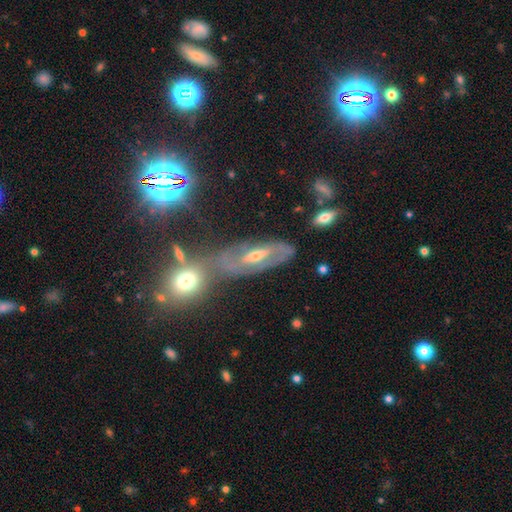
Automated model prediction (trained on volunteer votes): Smooth or featured? featured or disk (70%)
Edge-on disk? no (80%)
Bar? weak (41%)
Spiral arms? yes (70%)
Bulge size? moderate (49%)
Merging? none (52%)